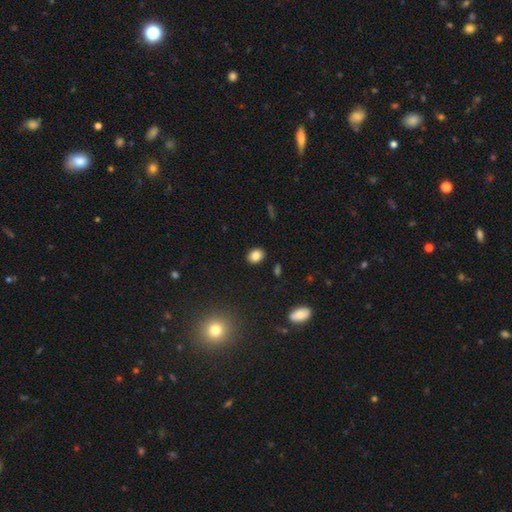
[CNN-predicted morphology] This is clearly a smooth galaxy (84%). How rounded: likely in between (62%). Merging: clearly none (89%).